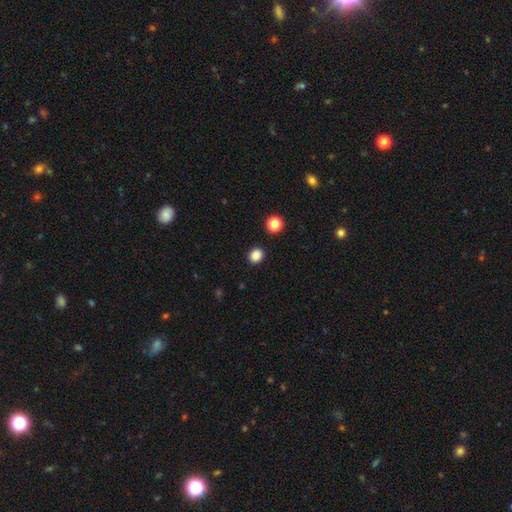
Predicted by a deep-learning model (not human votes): Smooth or featured: smooth — 85% (star or artifact — 11%)
How rounded: round — 79% (in between — 20%)
Merging: none — 91% (minor disturbance — 6%)